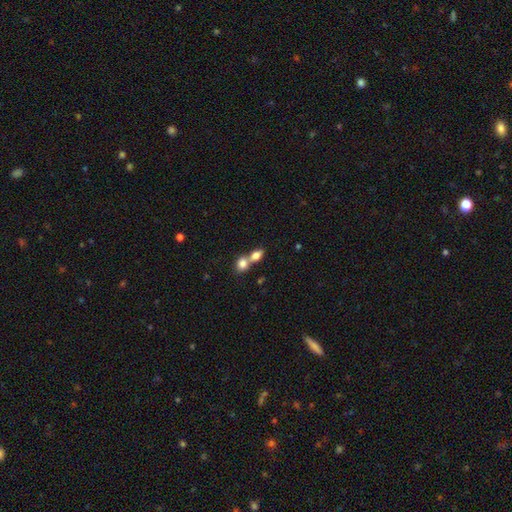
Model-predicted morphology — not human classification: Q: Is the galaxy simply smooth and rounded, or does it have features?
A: smooth — 79%.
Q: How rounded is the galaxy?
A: in between — 66%.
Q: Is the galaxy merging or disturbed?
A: merger — 69%.